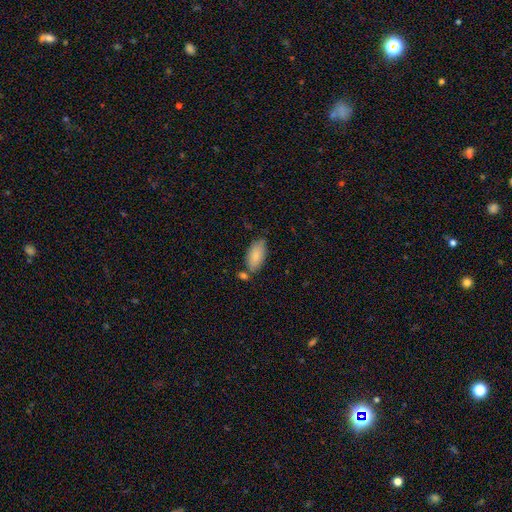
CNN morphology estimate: Q: Smooth or featured?
A: smooth (84%); runner-up: featured or disk (10%)
Q: How rounded?
A: in between (92%); runner-up: cigar-shaped (6%)
Q: Merging?
A: none (66%); runner-up: minor disturbance (19%)